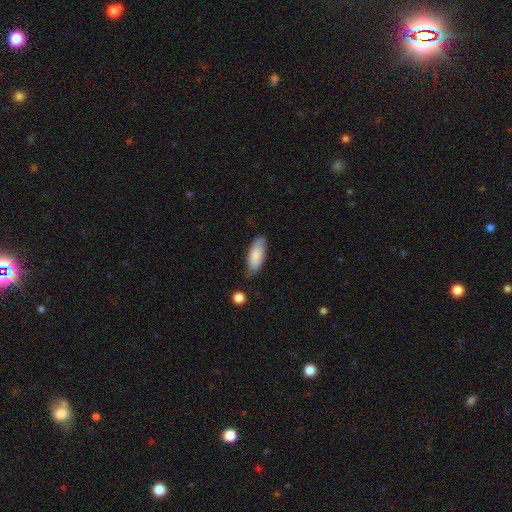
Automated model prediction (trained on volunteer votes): smooth-or-featured: smooth: 80% | featured or disk: 14% | star or artifact: 6%
  how-rounded: in between: 77% | cigar-shaped: 21% | round: 2%
  merging: none: 70% | minor disturbance: 23% | major disturbance: 4% | merger: 3%